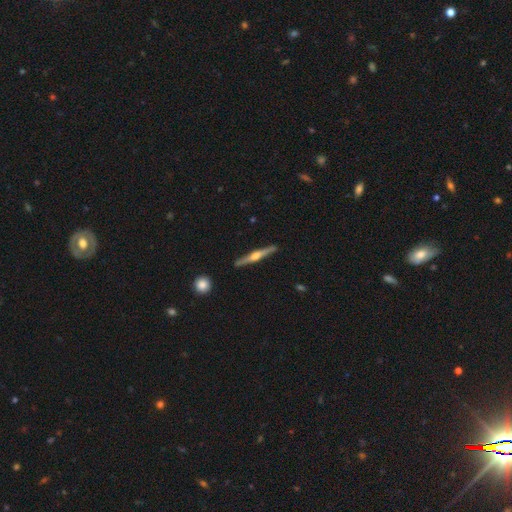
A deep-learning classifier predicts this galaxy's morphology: Smooth or featured? Predicted: featured or disk (p=0.76). Edge-on disk? Predicted: yes (p=0.98). Edge-on bulge? Predicted: rounded (p=0.92). Merging? Predicted: none (p=0.90).